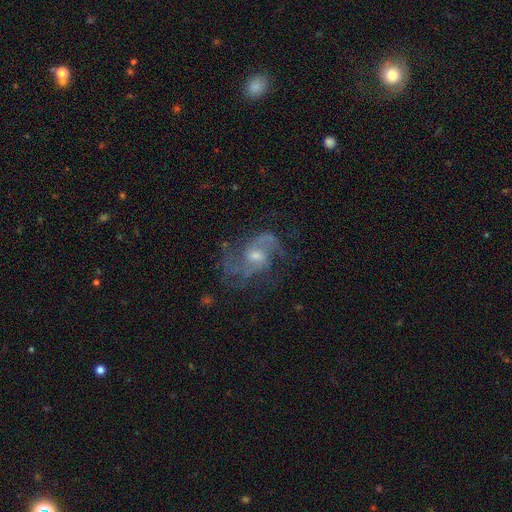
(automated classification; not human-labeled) Q: Smooth or featured?
A: featured or disk (84%); runner-up: star or artifact (9%)
Q: Edge-on disk?
A: no (97%); runner-up: yes (3%)
Q: Bar?
A: no (51%); runner-up: weak (41%)
Q: Spiral arms?
A: yes (94%); runner-up: no (6%)
Q: Spiral winding?
A: medium (50%); runner-up: loose (33%)
Q: Spiral arm count?
A: 2 (65%); runner-up: 3 (12%)
Q: Bulge size?
A: moderate (51%); runner-up: small (40%)
Q: Merging?
A: none (65%); runner-up: minor disturbance (18%)